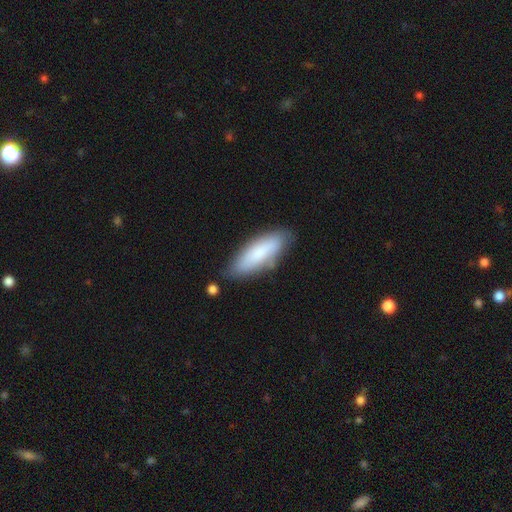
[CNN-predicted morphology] Smooth or featured?
  - smooth: 76% *
  - featured or disk: 17%
  - star or artifact: 7%
How rounded?
  - in between: 55% *
  - cigar-shaped: 43%
  - round: 2%
Merging?
  - none: 79% *
  - minor disturbance: 15%
  - merger: 3%
  - major disturbance: 3%